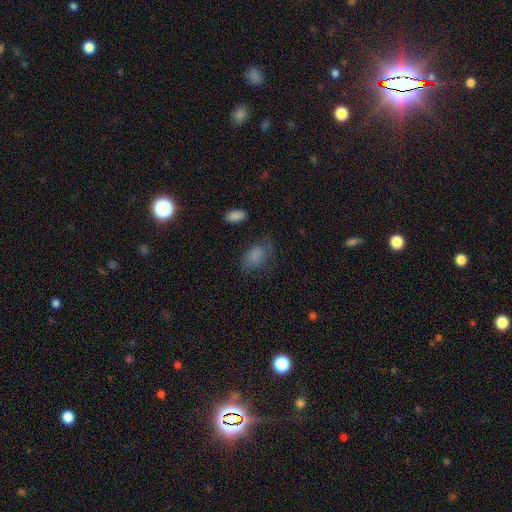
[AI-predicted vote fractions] Smooth or featured? Predicted: smooth (p=0.77). How rounded? Predicted: in between (p=0.87). Merging? Predicted: none (p=0.53).